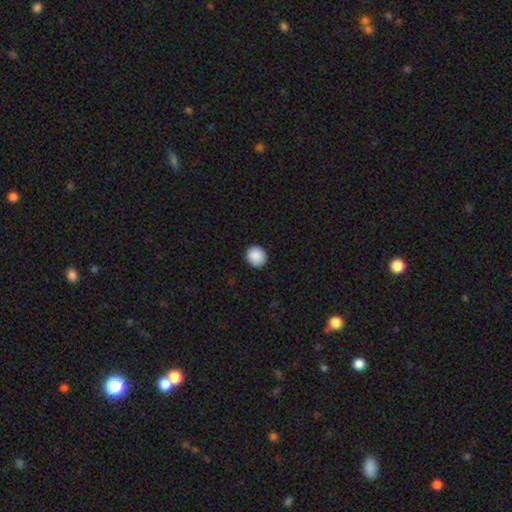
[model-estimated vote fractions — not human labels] Morphology: type=smooth (90%); roundness=round (88%); merging=none (92%).